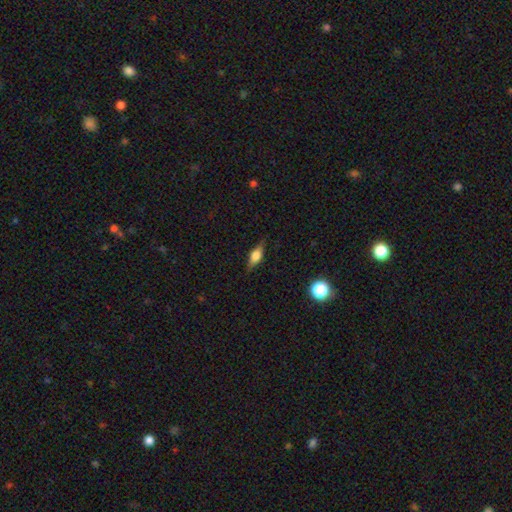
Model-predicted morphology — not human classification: Smooth or featured? Predicted: smooth (p=0.50). Merging? Predicted: none (p=0.83).